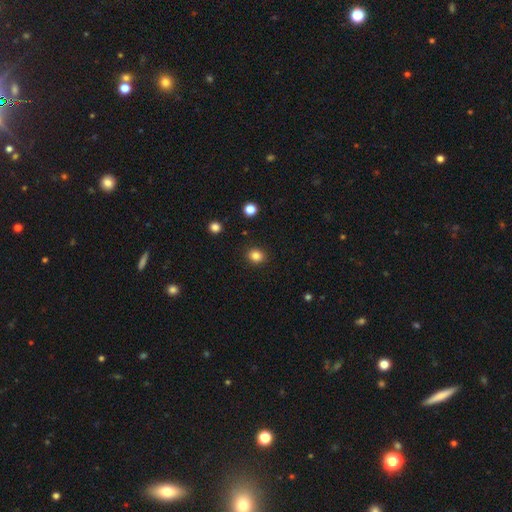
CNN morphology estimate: smooth 84%, star or artifact 12%, featured or disk 5%. Down the decision tree: how rounded — round (73%); merging — none (90%).